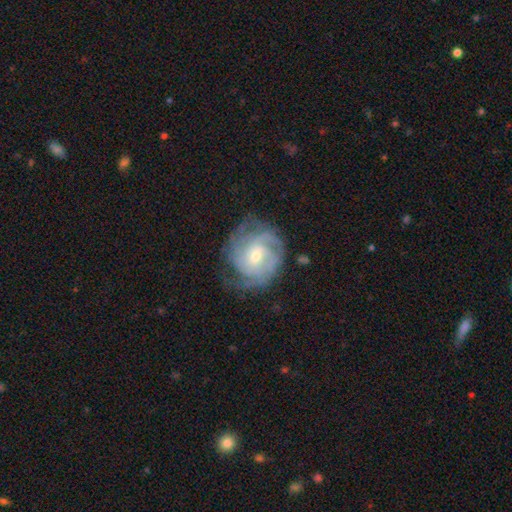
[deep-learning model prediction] Smooth or featured? featured or disk (84%)
Edge-on disk? no (98%)
Bar? no (55%)
Spiral arms? yes (95%)
Spiral winding? tight (68%)
Spiral arm count? can't tell (35%)
Bulge size? small (52%)
Merging? none (71%)